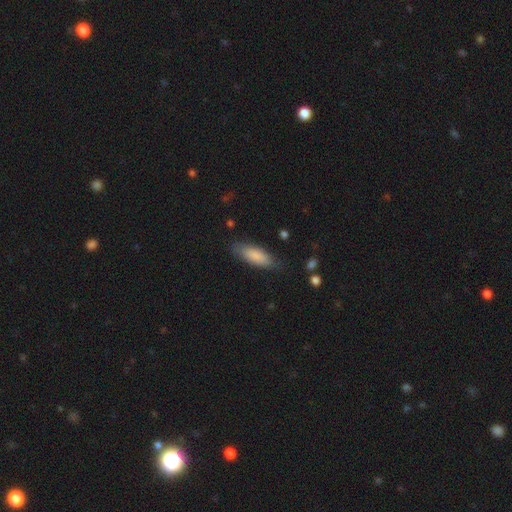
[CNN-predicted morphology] smooth 85%, featured or disk 9%, star or artifact 6%. Down the decision tree: how rounded — in between (66%); merging — none (80%).